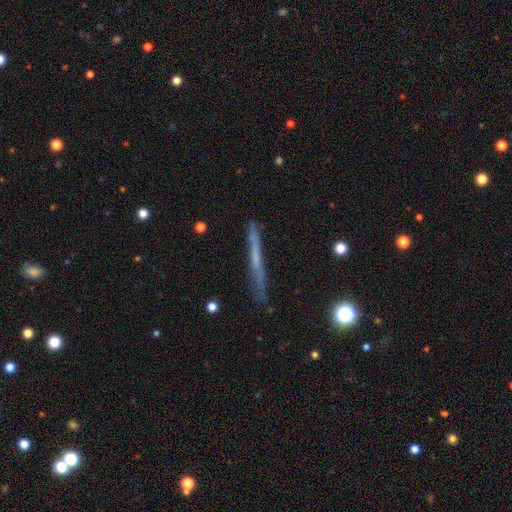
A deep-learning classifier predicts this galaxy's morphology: smooth_or_featured: featured or disk (p=0.50) [alt: smooth p=0.42]
merging: none (p=0.81) [alt: minor disturbance p=0.14]